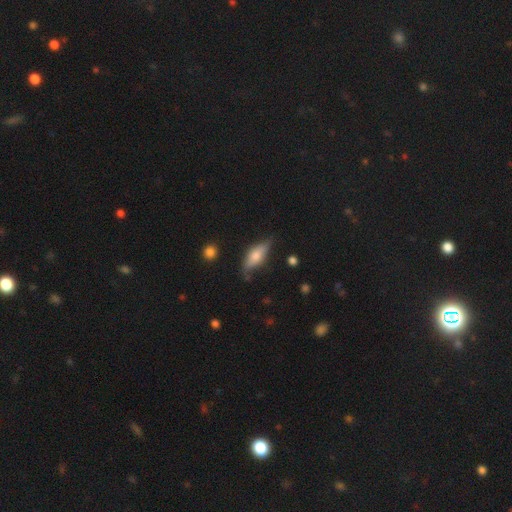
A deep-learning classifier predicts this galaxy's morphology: A smooth galaxy with no disk features (61%) that is in between round and cigar-shaped (67%). Merging: none (70%).